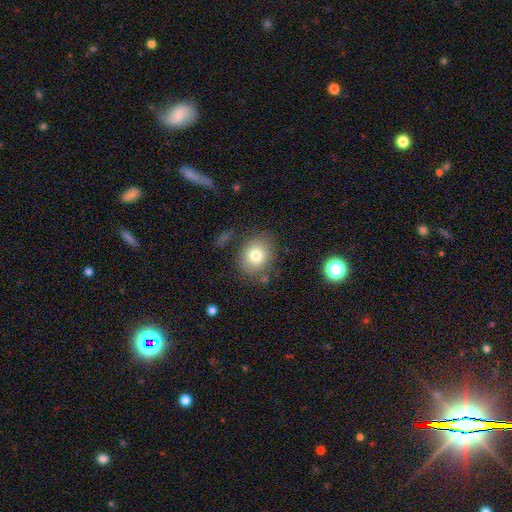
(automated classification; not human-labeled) smooth 78%, featured or disk 12%, star or artifact 11%. Down the decision tree: how rounded — round (71%); merging — none (77%).